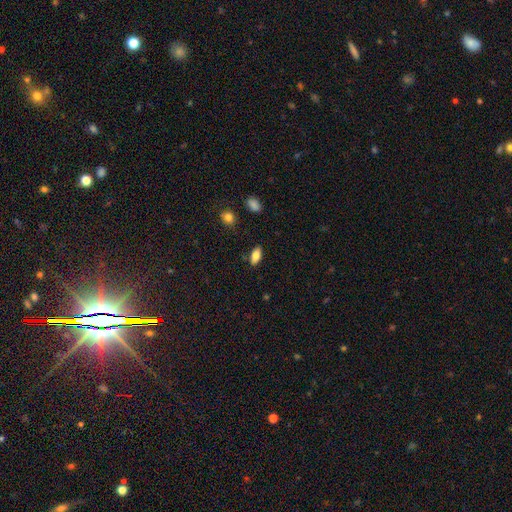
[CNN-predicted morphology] This appears to be a smooth galaxy with no disk features (79%) that is in between round and cigar-shaped (88%). Merging: none (86%).